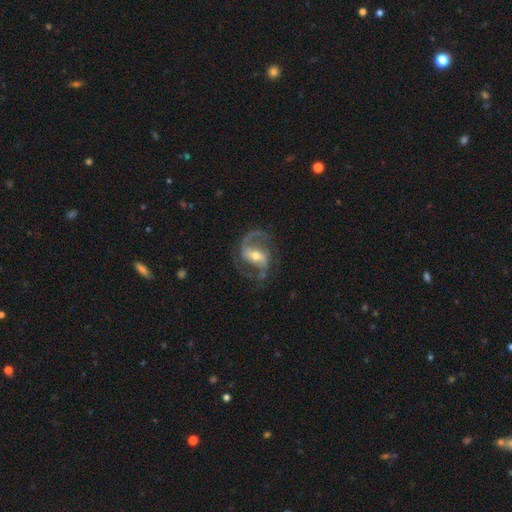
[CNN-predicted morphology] featured or disk 88%, smooth 7%, star or artifact 5%. Down the decision tree: edge-on disk — no (97%); bar — weak (44%); spiral arms — yes (96%); spiral arm count — 2 (83%); spiral winding — medium (54%); bulge size — moderate (63%); merging — none (68%).